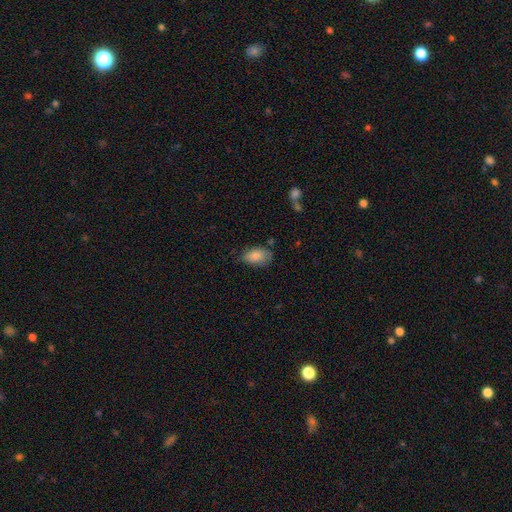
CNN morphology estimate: smooth-or-featured: smooth: 82% | featured or disk: 11% | star or artifact: 7%
  how-rounded: in between: 92% | round: 6% | cigar-shaped: 2%
  merging: none: 64% | minor disturbance: 27% | major disturbance: 6% | merger: 2%